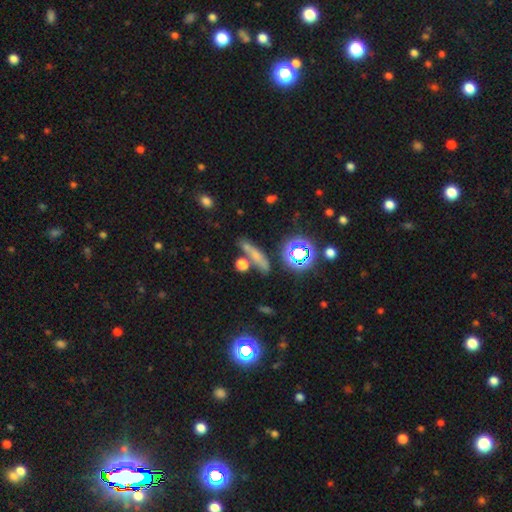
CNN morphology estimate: A smooth galaxy with no disk features (56%) that is cigar-shaped (68%).

Vote fractions:
- Smooth or featured? smooth: 56% / star or artifact: 23% / featured or disk: 21%
- How rounded? cigar-shaped: 68% / in between: 19% / round: 14%
- Merging? none: 66% / merger: 14% / minor disturbance: 14% / major disturbance: 6%